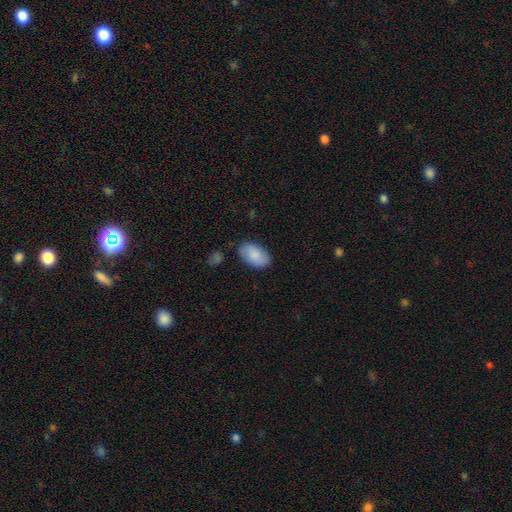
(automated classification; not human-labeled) This appears to be a smooth galaxy with no disk features (82%) that is in between round and cigar-shaped (94%). Merging: none (79%).